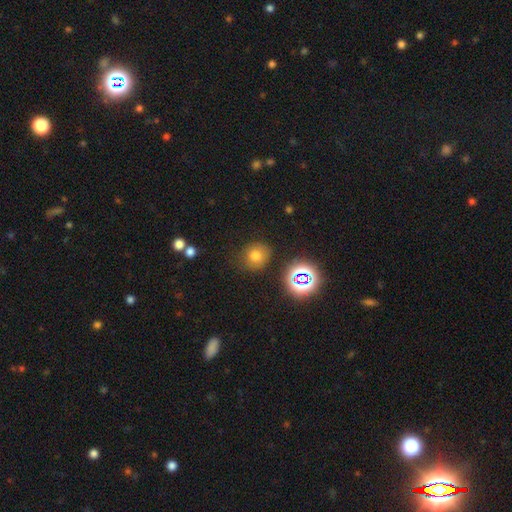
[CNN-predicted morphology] smooth 72%, star or artifact 20%, featured or disk 8%. Down the decision tree: how rounded — round (78%); merging — none (77%).